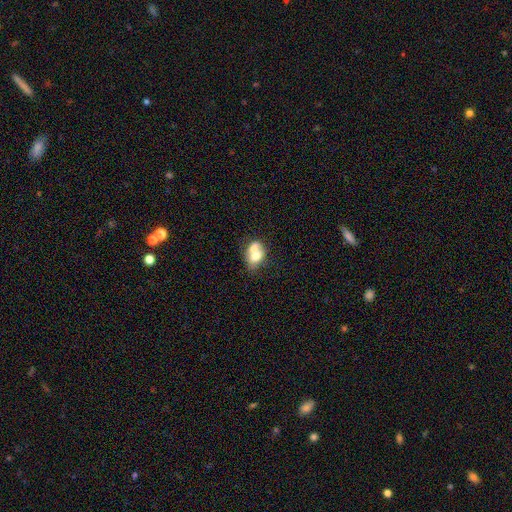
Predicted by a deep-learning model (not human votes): smooth_or_featured: smooth (p=0.62) [alt: featured or disk p=0.30]
how_rounded: in between (p=0.65) [alt: round p=0.33]
merging: merger (p=0.66) [alt: none p=0.21]